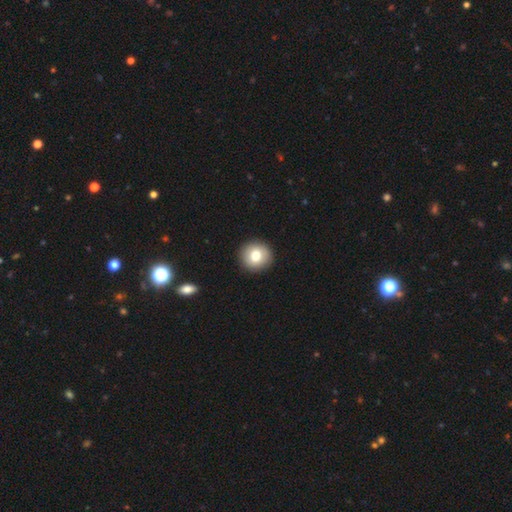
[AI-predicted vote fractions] A smooth galaxy with no disk features (79%) that is round (93%). Merging: none (92%).